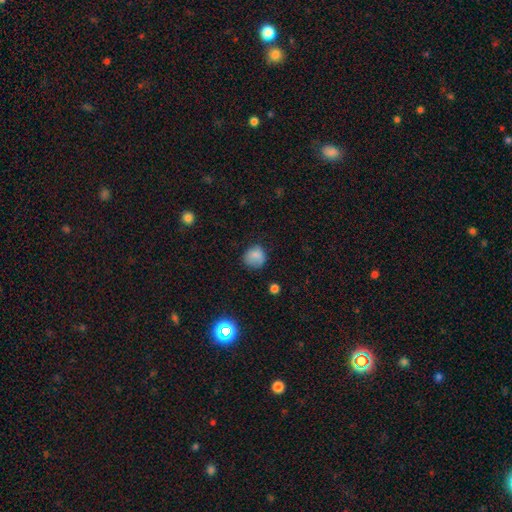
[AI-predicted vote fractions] Morphology: type=smooth (80%); roundness=round (81%); merging=none (67%).